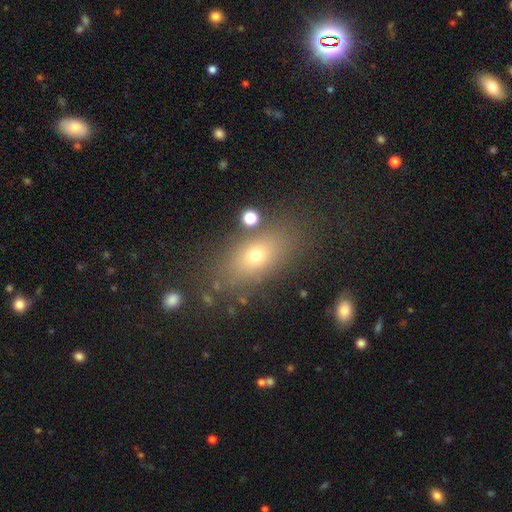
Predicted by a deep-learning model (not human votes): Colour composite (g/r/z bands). It shows a smooth galaxy with no disk features (66%) that is in between round and cigar-shaped (75%). Merging: none (79%).